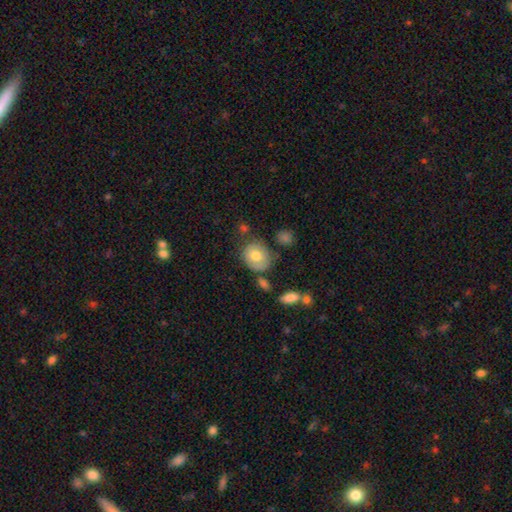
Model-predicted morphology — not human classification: This appears to be a smooth galaxy with no disk features (69%) that is round (60%). Merging: none (61%).